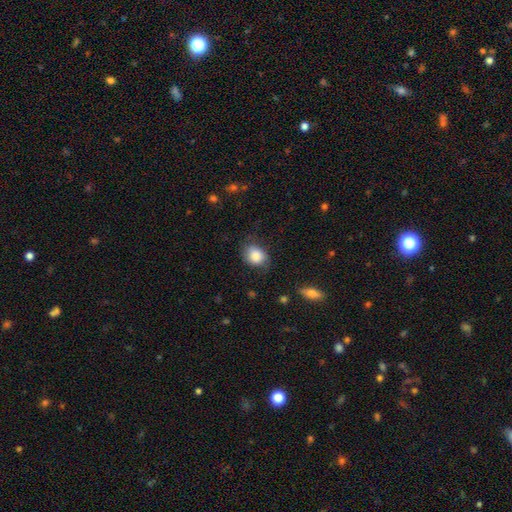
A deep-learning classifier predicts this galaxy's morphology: smooth-or-featured: smooth: 83% | featured or disk: 9% | star or artifact: 7%
  how-rounded: in between: 55% | round: 44% | cigar-shaped: 1%
  merging: none: 66% | minor disturbance: 25% | major disturbance: 8% | merger: 1%